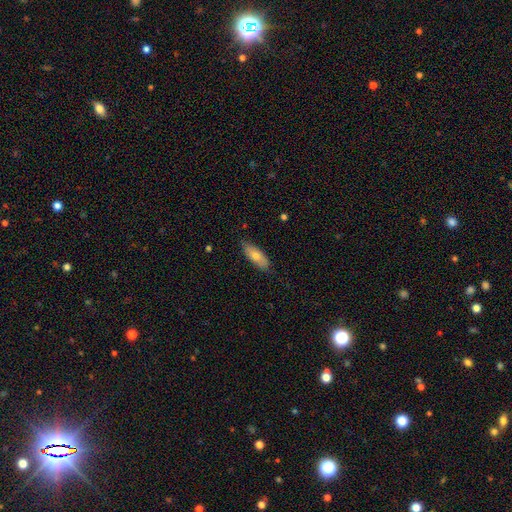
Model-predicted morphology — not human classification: Overall: smooth (71%). How rounded: in between (69%). Merging: none (82%).